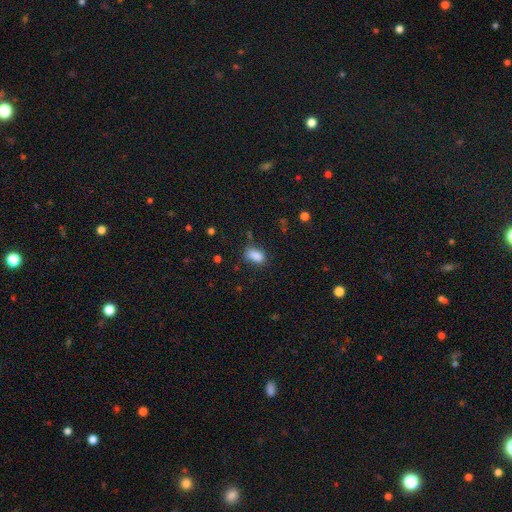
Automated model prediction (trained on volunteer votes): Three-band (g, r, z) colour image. It shows a smooth galaxy with no disk features (85%) that is in between round and cigar-shaped (87%). Merging: none (64%).